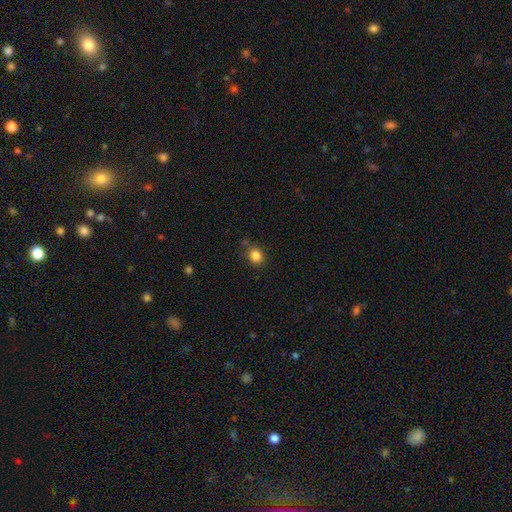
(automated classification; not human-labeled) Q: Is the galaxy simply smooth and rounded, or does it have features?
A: smooth — 84%.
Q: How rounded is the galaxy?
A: round — 73%.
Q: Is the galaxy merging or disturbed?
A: none — 77%.